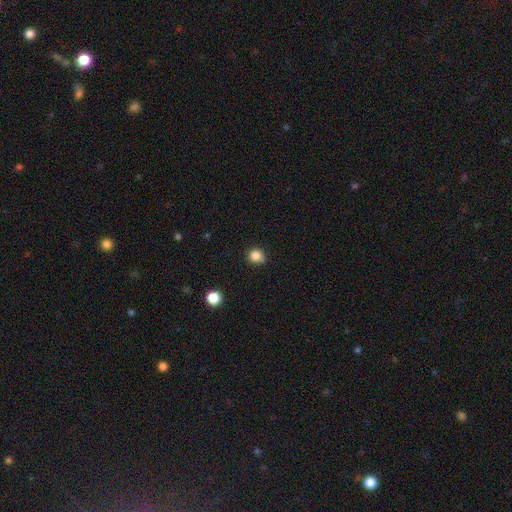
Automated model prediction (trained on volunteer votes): smooth 84%, star or artifact 12%, featured or disk 4%. Down the decision tree: how rounded — round (84%); merging — none (76%).